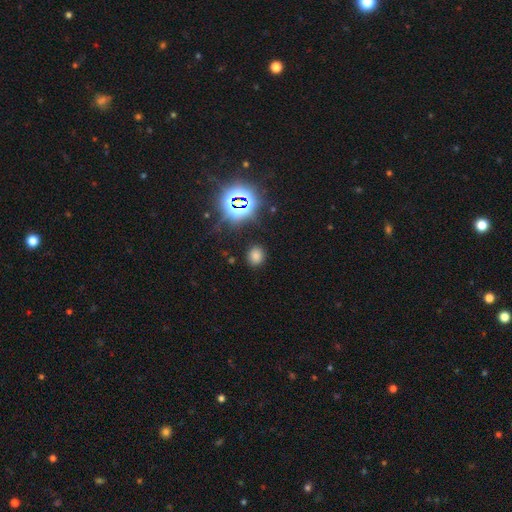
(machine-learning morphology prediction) Smooth or featured? Predicted: smooth (p=0.69). How rounded? Predicted: round (p=0.56). Merging? Predicted: none (p=0.85).